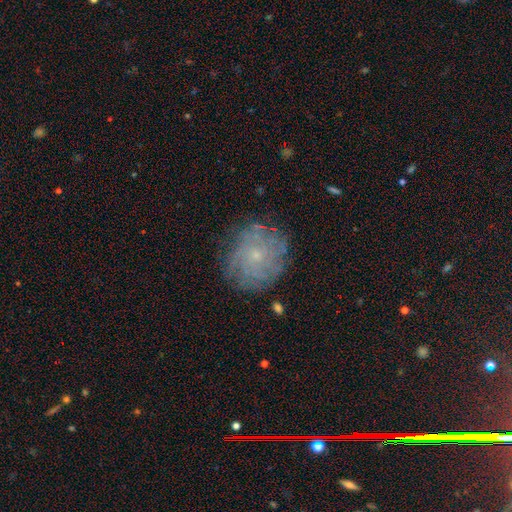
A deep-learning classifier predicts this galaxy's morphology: Overall: featured or disk (57%; smooth 29%). Edge-on disk: no (97%). Bar: no (85%). Spiral arms: yes (78%). Bulge size: small (78%). Merging: none (79%).